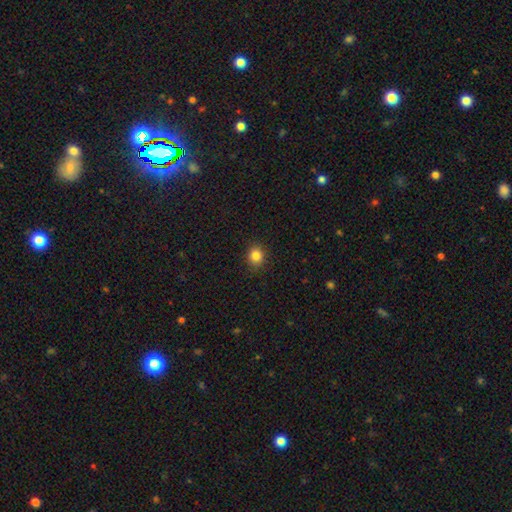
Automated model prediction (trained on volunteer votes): Smooth or featured? smooth (84%)
How rounded? round (80%)
Merging? none (89%)